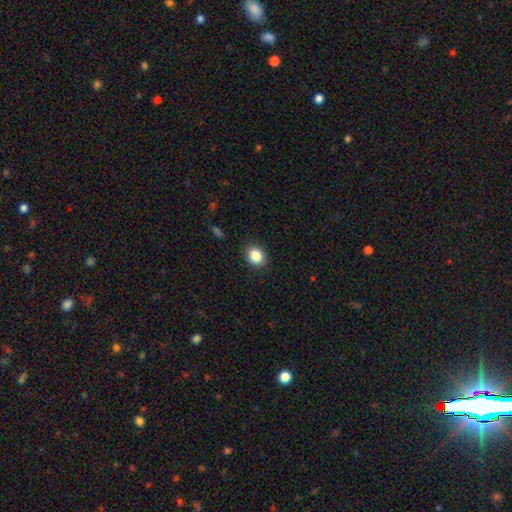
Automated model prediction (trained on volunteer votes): A smooth galaxy with no disk features (85%) that is round (58%). Merging: none (89%).